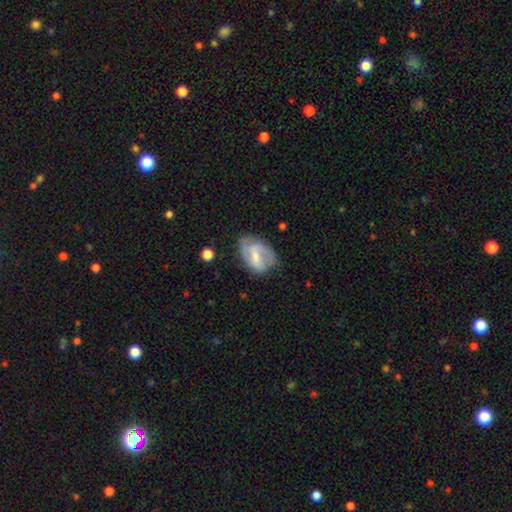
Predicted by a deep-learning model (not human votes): Smooth or featured?
  - featured or disk: 55% *
  - smooth: 39%
  - star or artifact: 7%
Edge-on disk?
  - no: 96% *
  - yes: 4%
Bar?
  - weak: 50% *
  - strong: 30%
  - no: 20%
Spiral arms?
  - yes: 72% *
  - no: 28%
Bulge size?
  - small: 37% * (tied)
  - moderate: 37% * (tied)
  - none: 19%
  - large: 5%
  - dominant: 1%
Merging?
  - none: 55% *
  - minor disturbance: 30%
  - major disturbance: 13%
  - merger: 2%